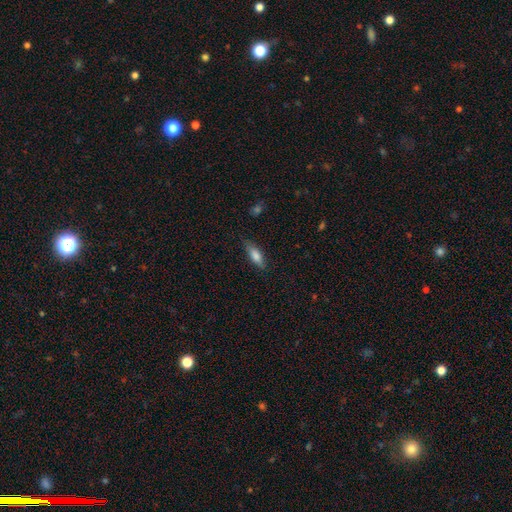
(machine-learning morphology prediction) Smooth or featured? Predicted: smooth (p=0.77). How rounded? Predicted: in between (p=0.60). Merging? Predicted: none (p=0.76).